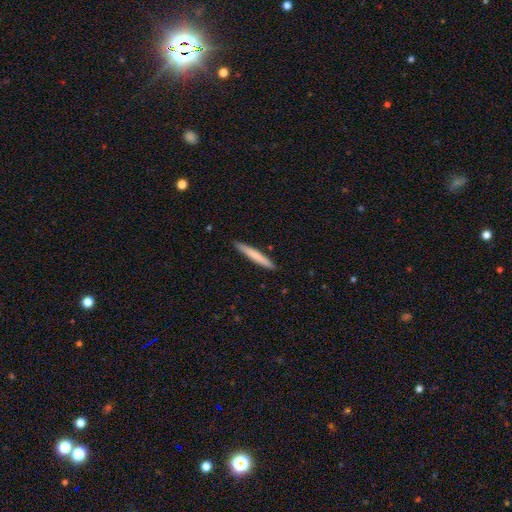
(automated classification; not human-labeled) Smooth or featured: smooth — 74% (featured or disk — 21%)
How rounded: cigar-shaped — 96% (in between — 3%)
Merging: none — 91% (minor disturbance — 7%)